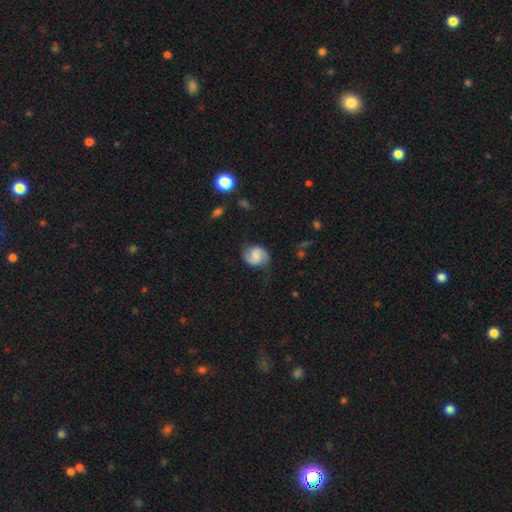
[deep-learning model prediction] Smooth or featured?
  - featured or disk: 69% *
  - smooth: 23%
  - star or artifact: 7%
Edge-on disk?
  - no: 98% *
  - yes: 2%
Bar?
  - weak: 49% *
  - no: 37%
  - strong: 14%
Spiral arms?
  - yes: 95% *
  - no: 5%
Spiral winding?
  - medium: 49% *
  - loose: 29%
  - tight: 22%
Spiral arm count?
  - 2: 91% *
  - can't tell: 4%
  - 1: 2%
  - 3: 1%
  - 4: 1%
  - more than 4: 1%
Bulge size?
  - none: 33% *
  - small: 31%
  - moderate: 28%
  - large: 7%
  - dominant: 2%
Merging?
  - none: 76% *
  - minor disturbance: 16%
  - major disturbance: 6%
  - merger: 2%